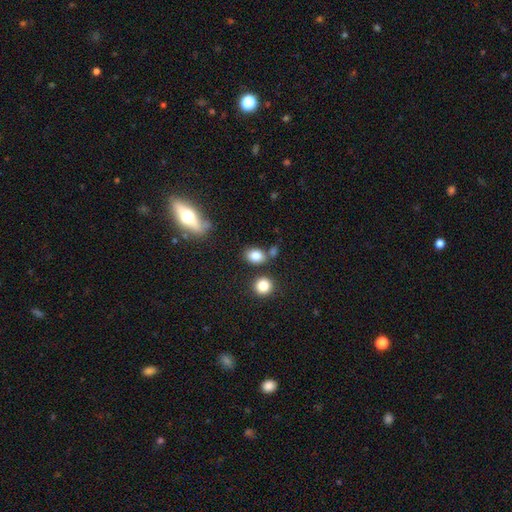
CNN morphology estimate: smooth-or-featured: smooth: 81% | star or artifact: 11% | featured or disk: 8%
  how-rounded: in between: 63% | round: 35% | cigar-shaped: 2%
  merging: none: 70% | merger: 13% | minor disturbance: 13% | major disturbance: 5%